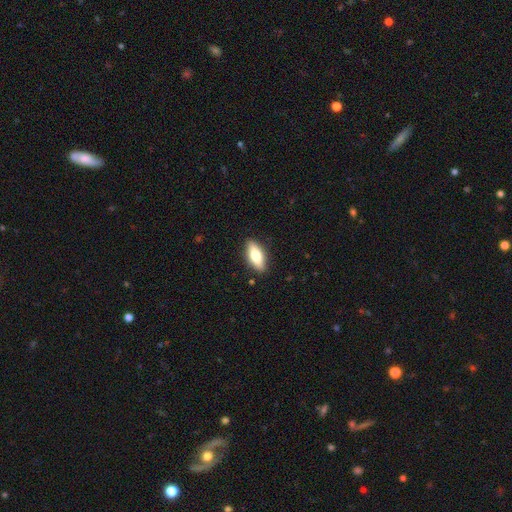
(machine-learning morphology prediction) This appears to be a smooth galaxy with no disk features (67%) that is in between round and cigar-shaped (76%). Merging: none (88%).